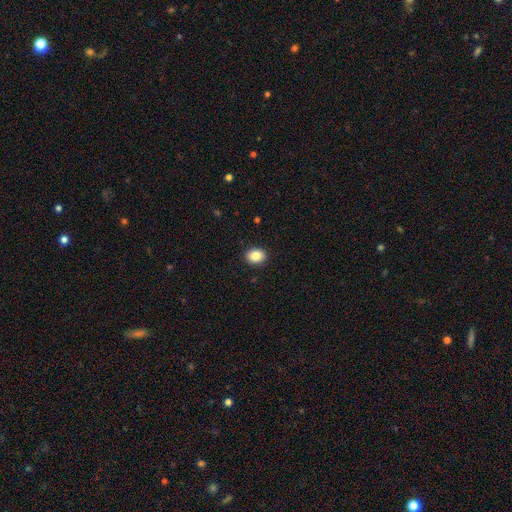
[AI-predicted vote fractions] smooth_or_featured: smooth (p=0.85) [alt: star or artifact p=0.09]
how_rounded: round (p=0.51) [alt: in between p=0.48]
merging: none (p=0.91) [alt: minor disturbance p=0.06]